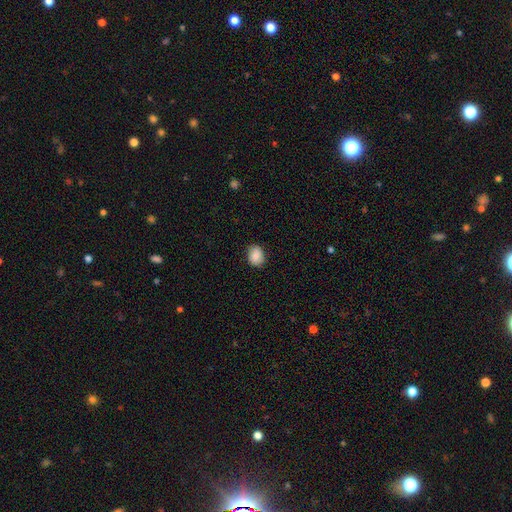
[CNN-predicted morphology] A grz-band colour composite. It shows a smooth galaxy with no disk features (87%) that is in between round and cigar-shaped (58%). Merging: none (84%).